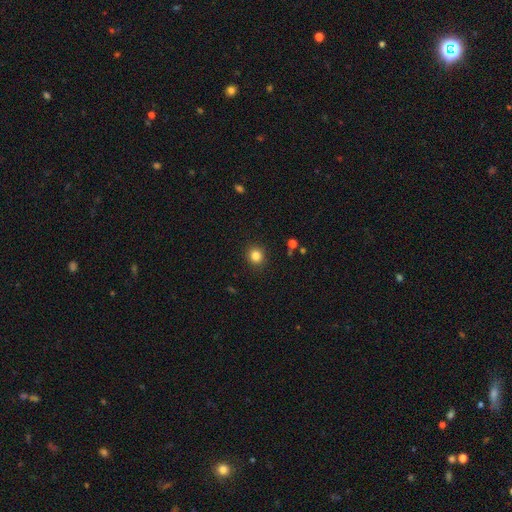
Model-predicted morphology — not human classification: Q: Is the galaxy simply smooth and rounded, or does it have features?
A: smooth — 84%.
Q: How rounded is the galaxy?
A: round — 89%.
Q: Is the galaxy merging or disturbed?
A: none — 91%.